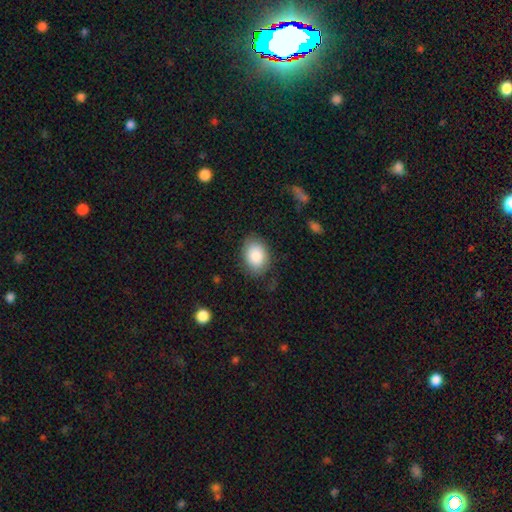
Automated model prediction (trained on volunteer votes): smooth_or_featured: smooth (p=0.88) [alt: star or artifact p=0.06]
how_rounded: in between (p=0.78) [alt: round p=0.21]
merging: none (p=0.79) [alt: minor disturbance p=0.15]